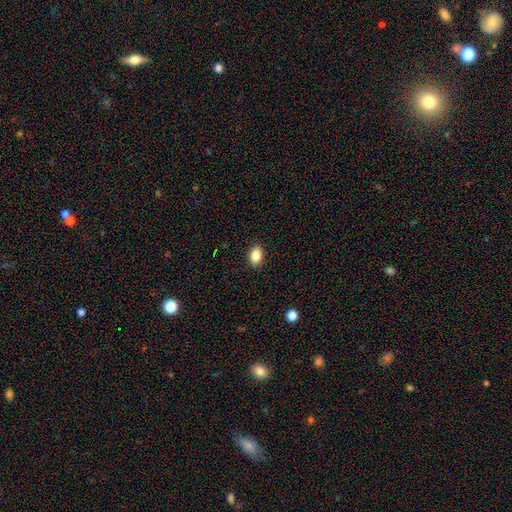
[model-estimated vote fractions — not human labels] Smooth or featured: smooth — 86% (star or artifact — 9%)
How rounded: in between — 86% (round — 12%)
Merging: none — 90% (minor disturbance — 8%)